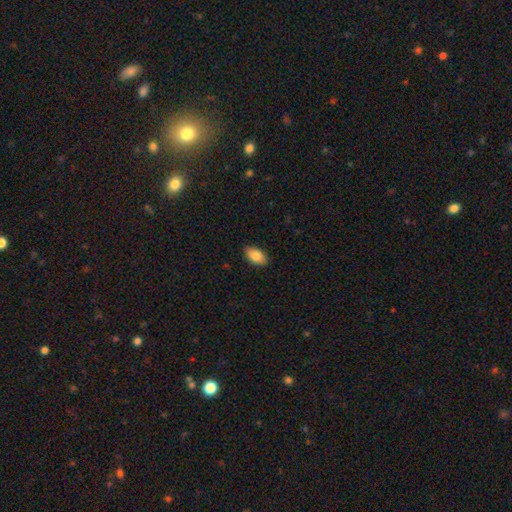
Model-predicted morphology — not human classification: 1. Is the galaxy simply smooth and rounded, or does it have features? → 84% smooth, 9% featured or disk, 7% star or artifact.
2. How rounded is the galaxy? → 93% in between, 4% round, 3% cigar-shaped.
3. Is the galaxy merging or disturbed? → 87% none, 10% minor disturbance, 2% major disturbance, 1% merger.